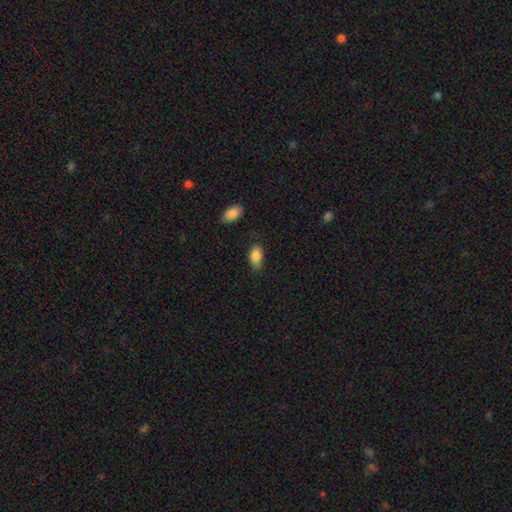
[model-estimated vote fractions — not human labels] Q: Smooth or featured?
A: smooth (86%); runner-up: star or artifact (8%)
Q: How rounded?
A: in between (91%); runner-up: round (7%)
Q: Merging?
A: none (73%); runner-up: minor disturbance (21%)